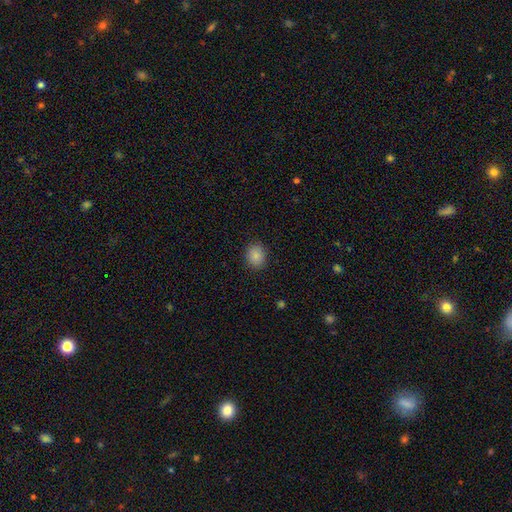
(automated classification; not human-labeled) The model was most divided on "how rounded": round: 67%, in between: 33%, cigar-shaped: 1%. More confident: merging — none (88%); smooth or featured — smooth (87%).